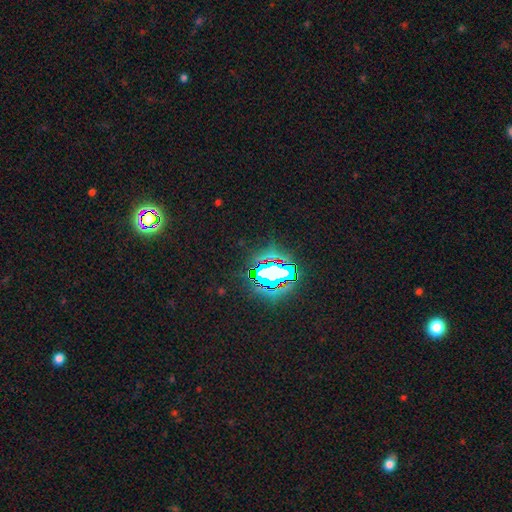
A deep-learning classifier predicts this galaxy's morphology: smooth-or-featured: star or artifact: 77% | smooth: 13% | featured or disk: 10%